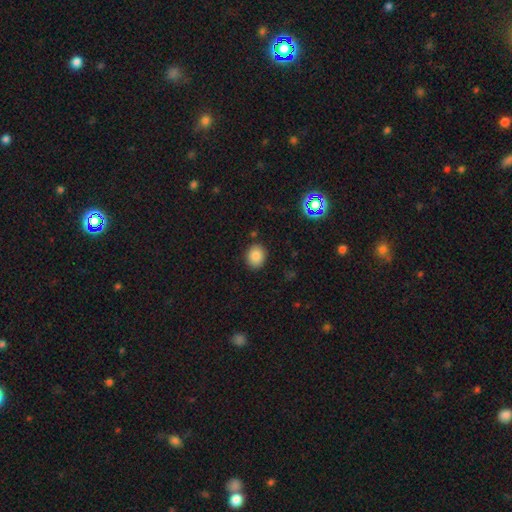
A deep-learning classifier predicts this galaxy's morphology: Smooth or featured? smooth (85%)
How rounded? round (54%)
Merging? none (87%)